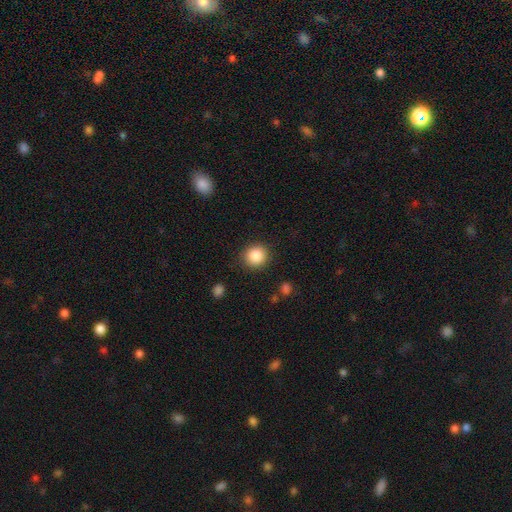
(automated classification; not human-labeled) Smooth or featured?
  - smooth: 87% *
  - star or artifact: 9%
  - featured or disk: 4%
How rounded?
  - round: 88% *
  - in between: 11%
  - cigar-shaped: 1%
Merging?
  - none: 88% *
  - minor disturbance: 8%
  - major disturbance: 3%
  - merger: 1%